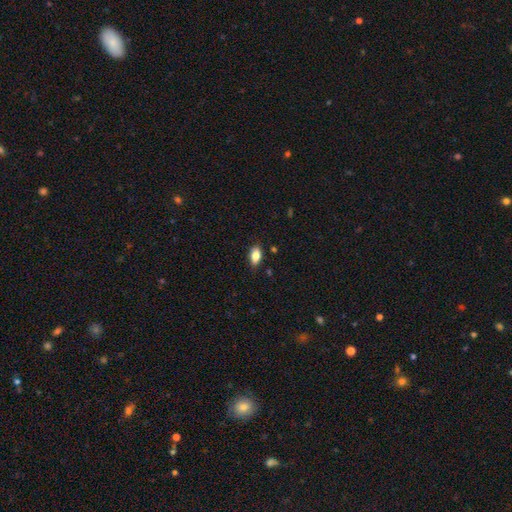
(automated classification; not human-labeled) smooth 81%, featured or disk 11%, star or artifact 8%. Down the decision tree: how rounded — in between (89%); merging — none (84%).